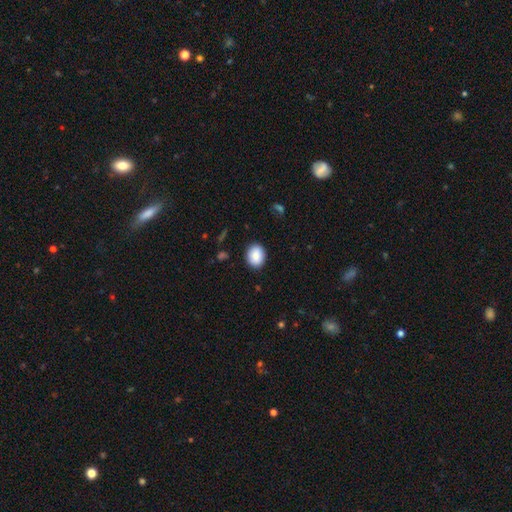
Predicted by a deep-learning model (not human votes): Q: Smooth or featured?
A: smooth (86%); runner-up: star or artifact (7%)
Q: How rounded?
A: in between (50%); runner-up: round (49%)
Q: Merging?
A: none (89%); runner-up: minor disturbance (8%)